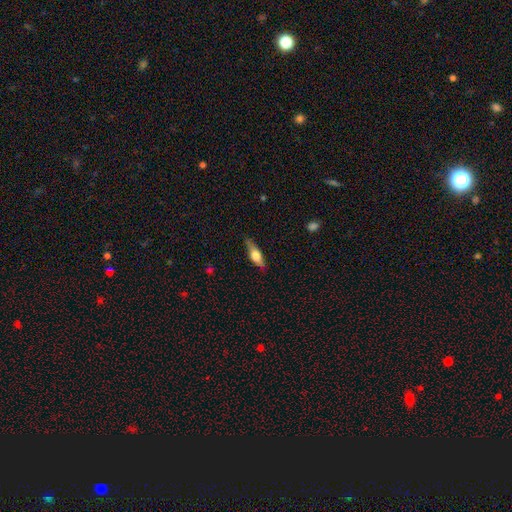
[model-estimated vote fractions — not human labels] A smooth galaxy with no disk features (51%) that is cigar-shaped (49%). Merging: none (81%).